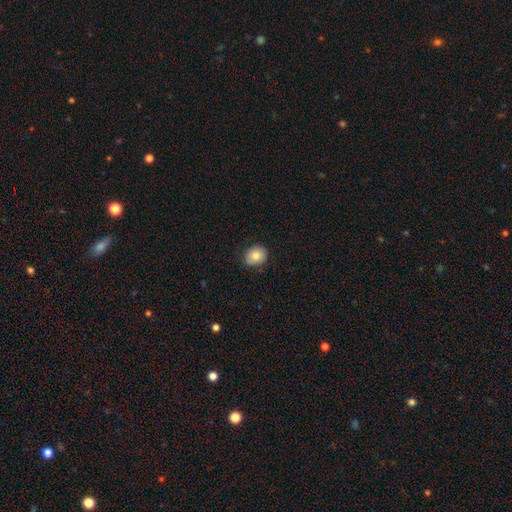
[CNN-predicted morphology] The model was most divided on "how rounded": round: 60%, in between: 40%, cigar-shaped: 1%. More confident: merging — none (86%); smooth or featured — smooth (83%).